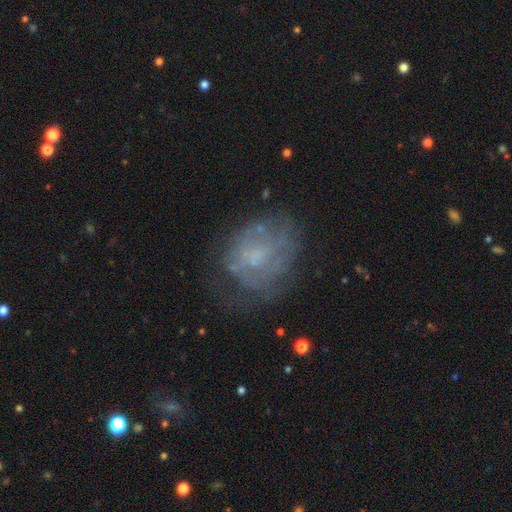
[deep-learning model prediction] Smooth or featured? featured or disk (53%)
Edge-on disk? no (97%)
Bar? no (79%)
Spiral arms? no (59%)
Bulge size? none (37%)
Merging? none (55%)